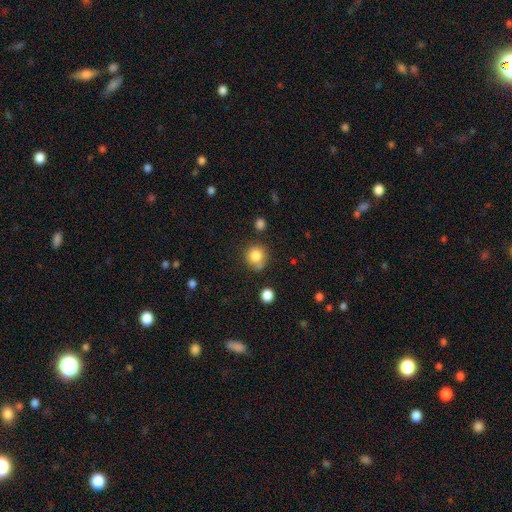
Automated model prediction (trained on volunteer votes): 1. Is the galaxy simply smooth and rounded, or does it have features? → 83% smooth, 11% star or artifact, 7% featured or disk.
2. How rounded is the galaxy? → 88% round, 11% in between, 1% cigar-shaped.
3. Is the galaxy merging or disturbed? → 69% none, 17% minor disturbance, 9% merger, 5% major disturbance.